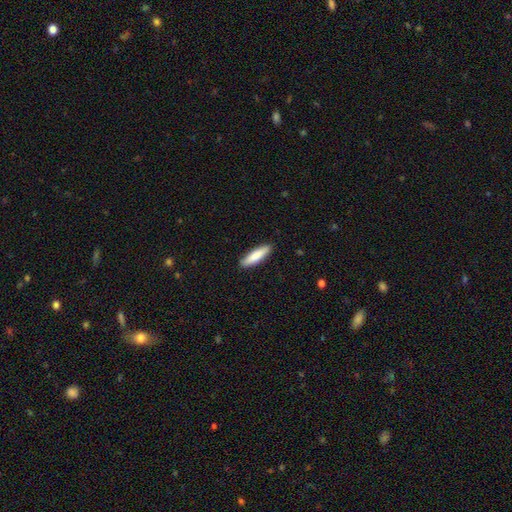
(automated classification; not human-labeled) Smooth or featured: smooth — 82% (featured or disk — 13%)
How rounded: cigar-shaped — 74% (in between — 24%)
Merging: none — 90% (minor disturbance — 8%)